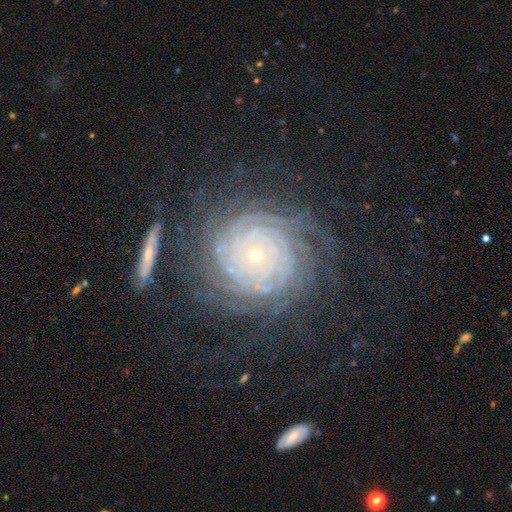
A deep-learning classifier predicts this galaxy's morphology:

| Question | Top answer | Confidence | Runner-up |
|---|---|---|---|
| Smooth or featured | featured or disk | 83% | star or artifact (10%) |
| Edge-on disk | no | 96% | yes (4%) |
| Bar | no | 82% | weak (12%) |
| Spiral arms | yes | 97% | no (3%) |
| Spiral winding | tight | 88% | medium (9%) |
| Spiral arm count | can't tell | 28% | more than 4 (26%) |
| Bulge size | small | 84% | moderate (12%) |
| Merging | none | 76% | minor disturbance (12%) |